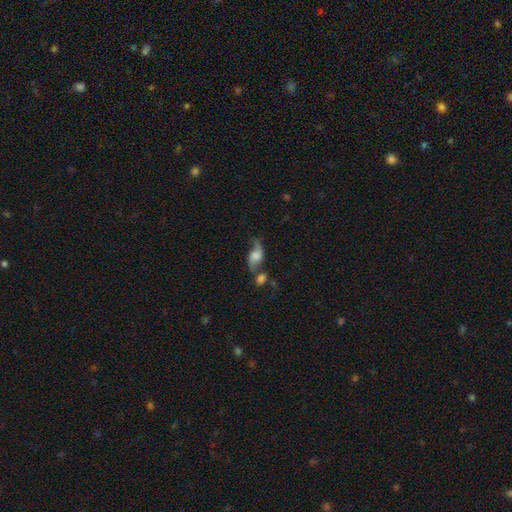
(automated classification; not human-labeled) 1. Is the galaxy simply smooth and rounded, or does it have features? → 61% featured or disk, 29% smooth, 10% star or artifact.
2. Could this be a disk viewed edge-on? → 85% no, 15% yes.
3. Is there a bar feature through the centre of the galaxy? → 65% no, 28% weak, 7% strong.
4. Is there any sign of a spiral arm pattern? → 87% yes, 13% no.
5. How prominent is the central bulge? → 33% large, 22% moderate, 21% none, 14% small, 10% dominant.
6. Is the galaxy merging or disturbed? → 41% none, 30% merger, 17% minor disturbance, 13% major disturbance.